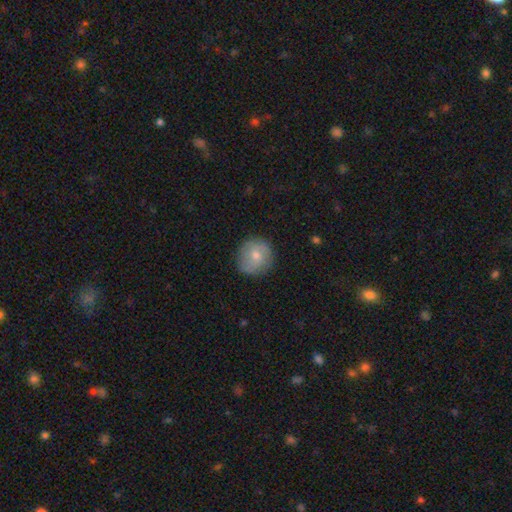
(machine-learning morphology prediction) The model was most divided on "smooth or featured": smooth: 62%, featured or disk: 32%, star or artifact: 7%. More confident: how rounded — round (88%); merging — none (82%).